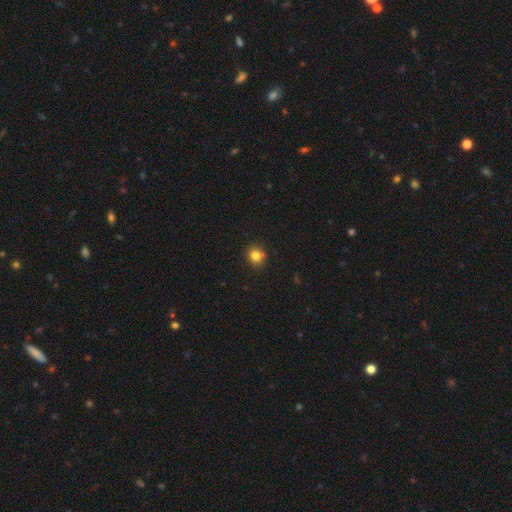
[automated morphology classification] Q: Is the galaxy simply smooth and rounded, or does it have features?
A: smooth — 82%.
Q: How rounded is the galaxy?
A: round — 86%.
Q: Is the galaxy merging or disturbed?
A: none — 84%.